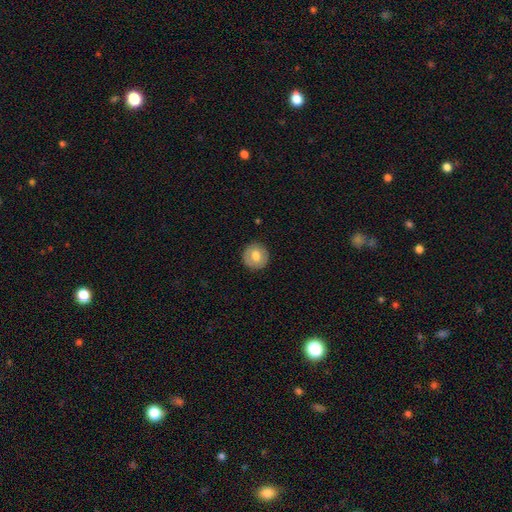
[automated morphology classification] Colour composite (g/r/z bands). It shows a smooth galaxy with no disk features (71%) that is round (93%). Merging: none (89%).